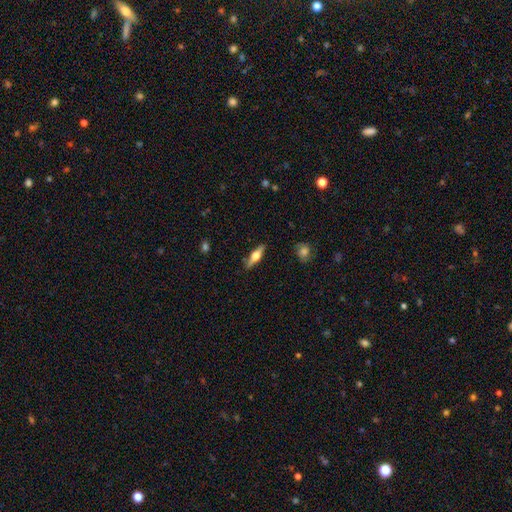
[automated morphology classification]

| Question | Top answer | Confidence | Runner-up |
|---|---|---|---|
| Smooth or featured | featured or disk | 58% | smooth (36%) |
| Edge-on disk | yes | 95% | no (5%) |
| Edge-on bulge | rounded | 93% | boxy (5%) |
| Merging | none | 87% | minor disturbance (9%) |